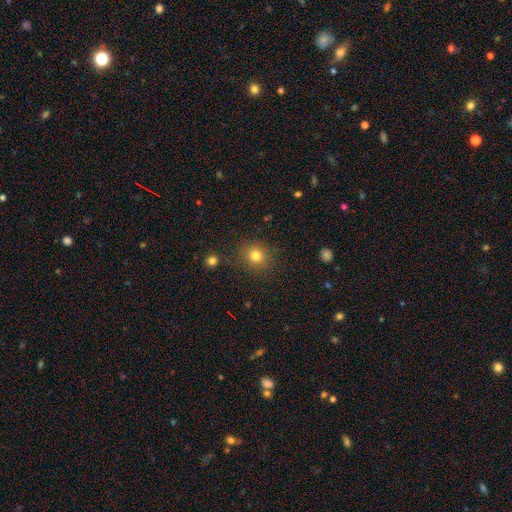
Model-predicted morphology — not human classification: type=smooth (80%); roundness=round (83%); merging=none (85%).